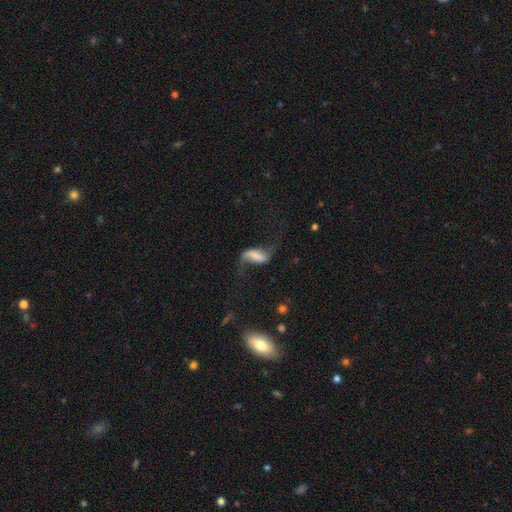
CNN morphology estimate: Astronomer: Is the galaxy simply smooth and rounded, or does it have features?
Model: featured or disk — 68%.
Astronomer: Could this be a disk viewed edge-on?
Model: no — 93%.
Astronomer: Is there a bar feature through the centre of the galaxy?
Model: strong — 46% (runner-up: weak, 31%).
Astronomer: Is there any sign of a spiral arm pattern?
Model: yes — 89%.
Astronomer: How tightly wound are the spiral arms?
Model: loose — 91%.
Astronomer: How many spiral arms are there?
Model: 2 — 86%.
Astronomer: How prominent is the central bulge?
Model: none — 55%.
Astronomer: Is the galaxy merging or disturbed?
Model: none — 53%.